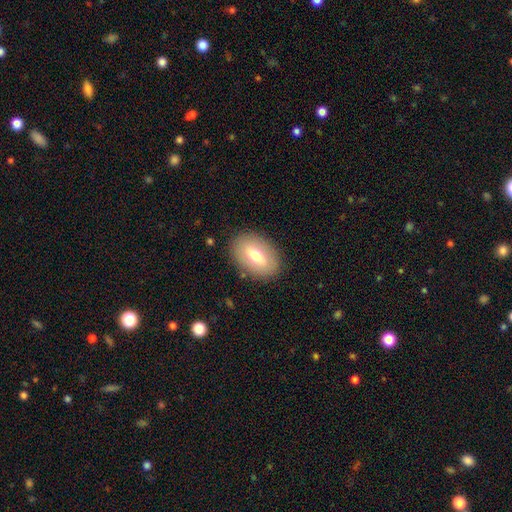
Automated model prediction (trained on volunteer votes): smooth-or-featured: smooth: 64% | featured or disk: 29% | star or artifact: 7%
  how-rounded: in between: 88% | round: 10% | cigar-shaped: 2%
  merging: none: 86% | minor disturbance: 10% | major disturbance: 3% | merger: 1%